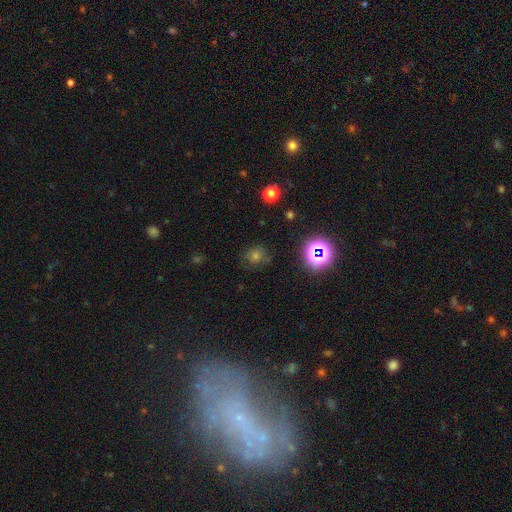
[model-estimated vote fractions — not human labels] This appears to be a smooth galaxy with no disk features (54%) that is round (85%). Merging: none (82%).